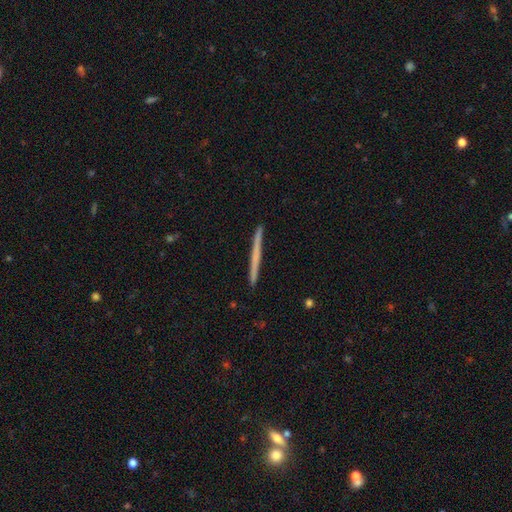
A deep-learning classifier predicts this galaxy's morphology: The model was most divided on "smooth or featured": featured or disk: 48%, smooth: 47%, star or artifact: 5%. More confident: merging — none (93%).